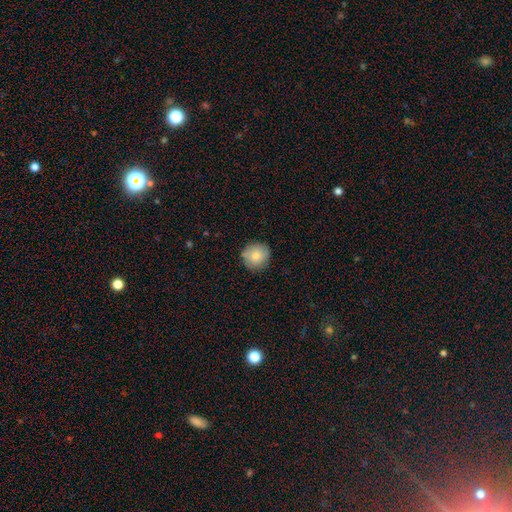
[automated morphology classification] Smooth or featured: smooth — 82% (featured or disk — 11%)
How rounded: round — 92% (in between — 7%)
Merging: none — 85% (minor disturbance — 12%)